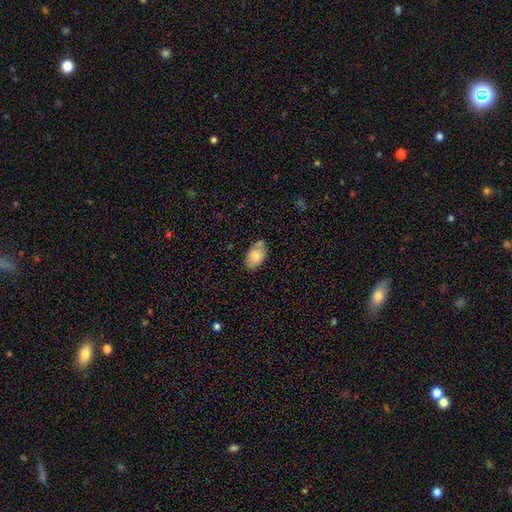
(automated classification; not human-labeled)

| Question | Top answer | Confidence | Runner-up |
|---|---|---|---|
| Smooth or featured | smooth | 78% | featured or disk (15%) |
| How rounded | in between | 92% | round (7%) |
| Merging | none | 70% | minor disturbance (22%) |